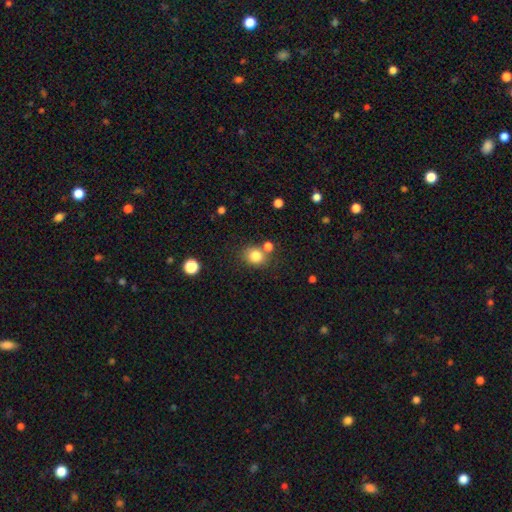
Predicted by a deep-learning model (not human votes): Smooth or featured? Predicted: smooth (p=0.81). How rounded? Predicted: round (p=0.73). Merging? Predicted: none (p=0.68).